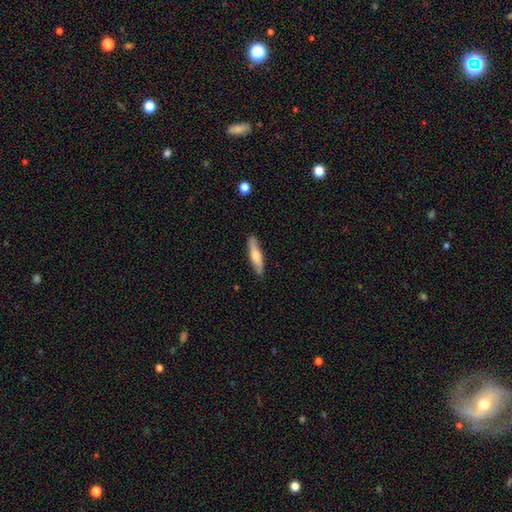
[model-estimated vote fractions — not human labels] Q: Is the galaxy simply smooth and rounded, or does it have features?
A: smooth — 54%.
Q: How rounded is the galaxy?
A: cigar-shaped — 78%.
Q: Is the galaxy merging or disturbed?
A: none — 87%.